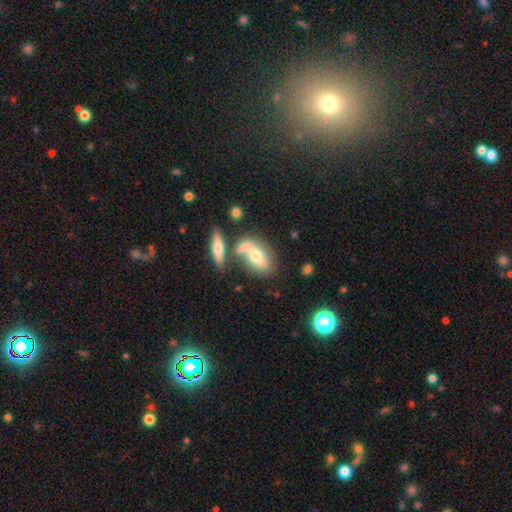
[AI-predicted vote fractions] Smooth or featured? Predicted: smooth (p=0.60). How rounded? Predicted: in between (p=0.82). Merging? Predicted: none (p=0.41).